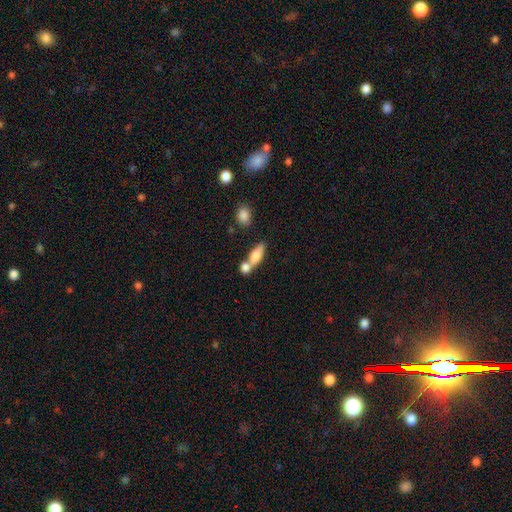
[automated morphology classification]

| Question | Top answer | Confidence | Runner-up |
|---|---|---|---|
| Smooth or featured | smooth | 74% | featured or disk (19%) |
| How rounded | in between | 63% | cigar-shaped (31%) |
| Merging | merger | 47% | none (38%) |